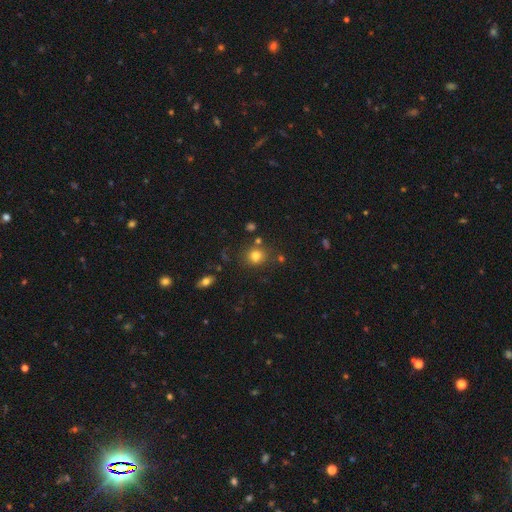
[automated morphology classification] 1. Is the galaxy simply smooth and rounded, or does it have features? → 79% smooth, 14% star or artifact, 7% featured or disk.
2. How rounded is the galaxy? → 80% round, 19% in between, 1% cigar-shaped.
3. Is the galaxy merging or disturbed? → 77% none, 12% minor disturbance, 8% merger, 4% major disturbance.